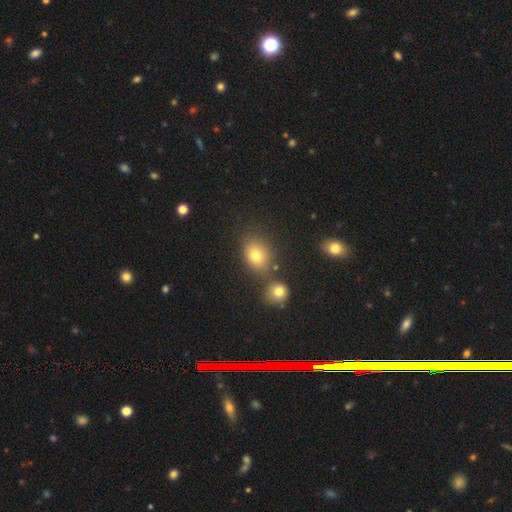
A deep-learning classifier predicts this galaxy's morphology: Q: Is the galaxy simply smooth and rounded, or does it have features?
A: smooth — 77%.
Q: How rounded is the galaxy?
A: in between — 55%.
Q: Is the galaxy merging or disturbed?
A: none — 68%.